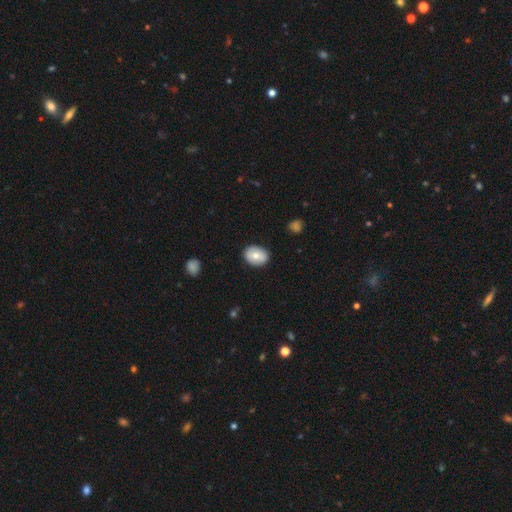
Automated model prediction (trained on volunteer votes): This appears to be a smooth galaxy with no disk features (68%) that is in between round and cigar-shaped (69%). Merging: none (85%).